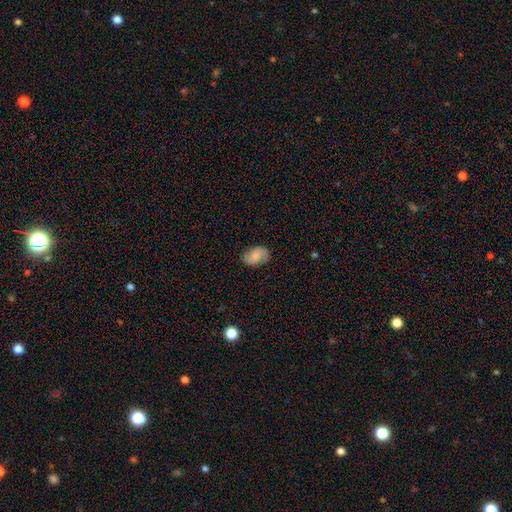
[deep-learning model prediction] smooth-or-featured: smooth: 64% | featured or disk: 27% | star or artifact: 9%
  how-rounded: in between: 84% | round: 15% | cigar-shaped: 1%
  merging: none: 79% | minor disturbance: 16% | major disturbance: 4% | merger: 1%